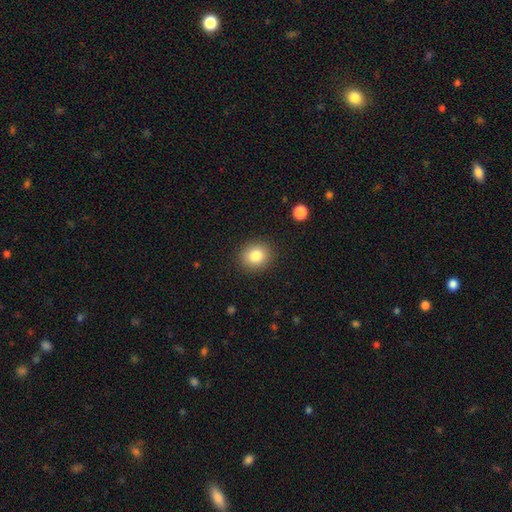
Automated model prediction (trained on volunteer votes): A smooth galaxy with no disk features (83%) that is round (76%). Merging: none (89%).